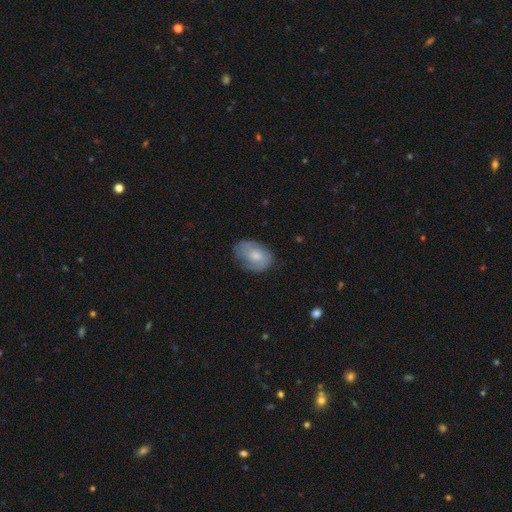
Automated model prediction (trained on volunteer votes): smooth-or-featured: smooth: 58% | featured or disk: 35% | star or artifact: 7%
  how-rounded: in between: 82% | round: 16% | cigar-shaped: 1%
  merging: none: 63% | minor disturbance: 27% | major disturbance: 9% | merger: 1%